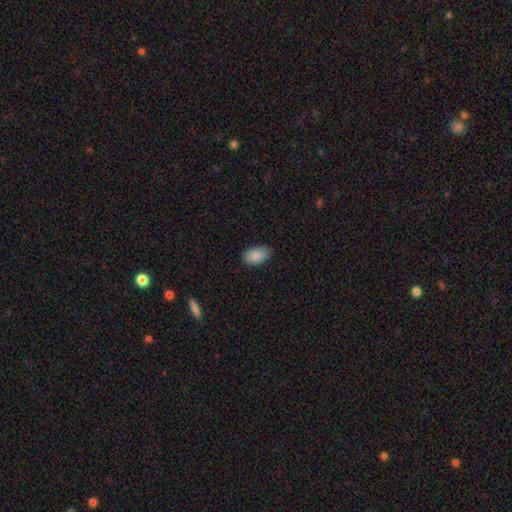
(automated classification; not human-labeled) smooth 87%, star or artifact 7%, featured or disk 6%. Down the decision tree: how rounded — in between (92%); merging — none (81%).